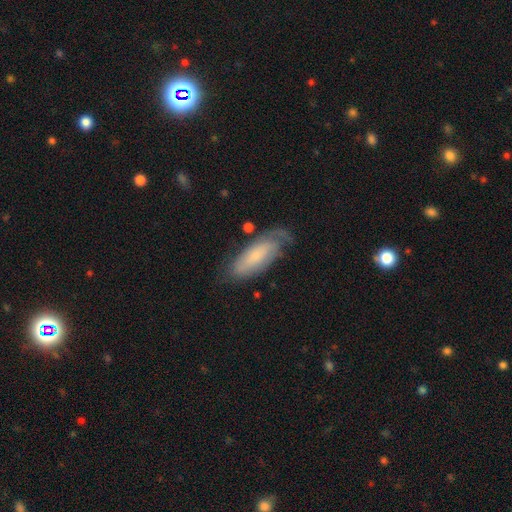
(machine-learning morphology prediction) featured or disk 48%, smooth 45%, star or artifact 7%. Down the decision tree: merging — none (56%).